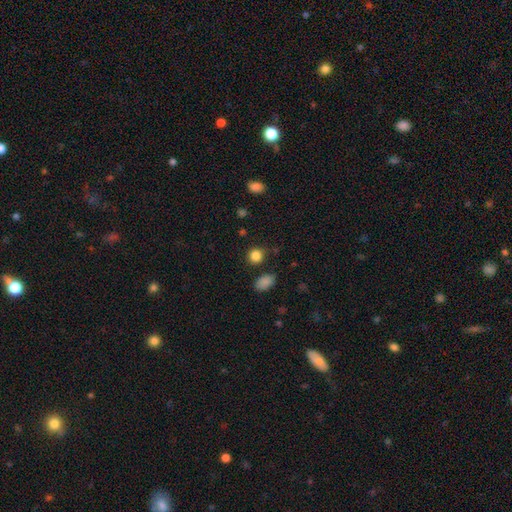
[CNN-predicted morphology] A smooth galaxy with no disk features (85%) that is round (86%). Merging: none (85%).